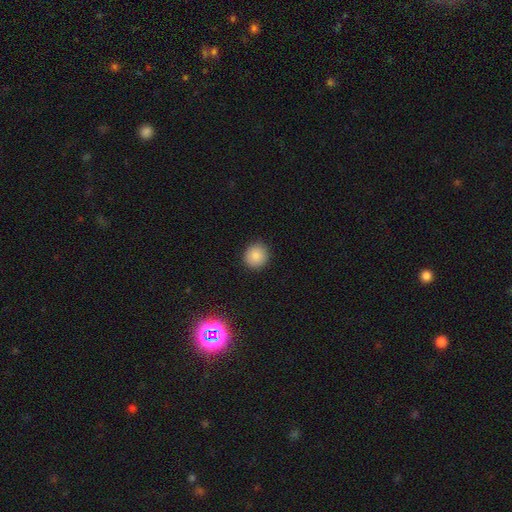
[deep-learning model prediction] smooth_or_featured: smooth (p=0.85) [alt: star or artifact p=0.10]
how_rounded: round (p=0.90) [alt: in between p=0.09]
merging: none (p=0.90) [alt: minor disturbance p=0.07]